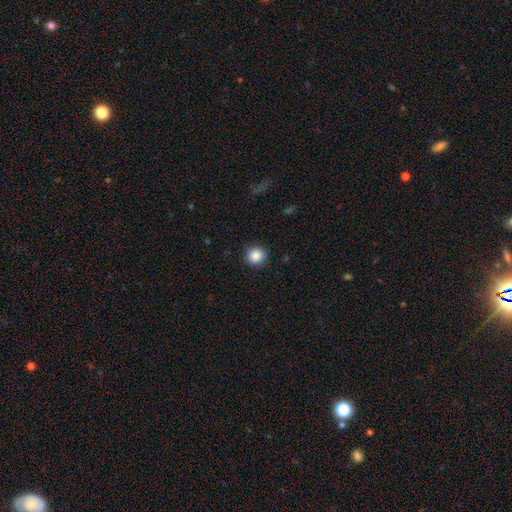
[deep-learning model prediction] smooth-or-featured: smooth: 87% | star or artifact: 9% | featured or disk: 4%
  how-rounded: round: 91% | in between: 8% | cigar-shaped: 1%
  merging: none: 91% | minor disturbance: 6% | major disturbance: 2% | merger: 1%